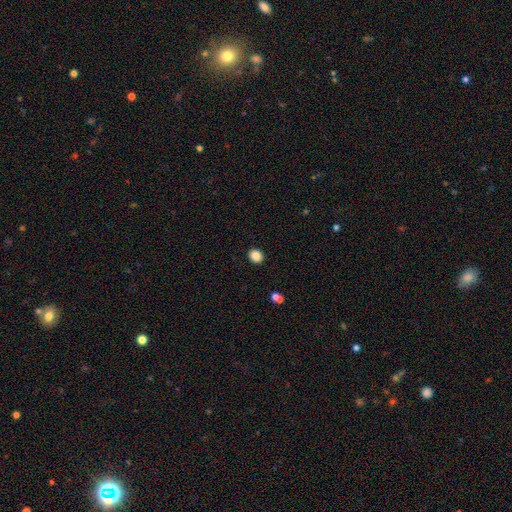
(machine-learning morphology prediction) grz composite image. It shows a smooth galaxy with no disk features (86%) that is round (68%). Merging: none (91%).